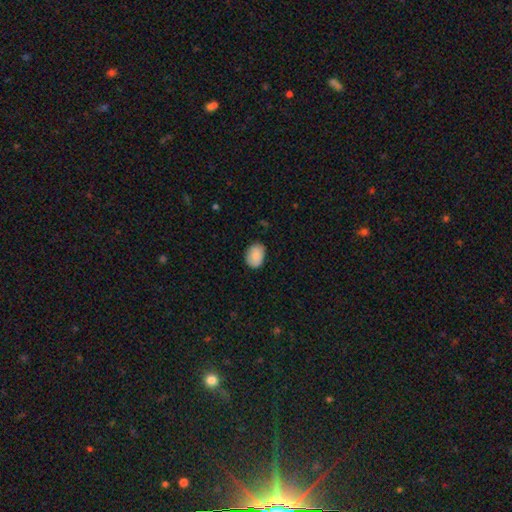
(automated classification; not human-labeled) This is clearly a smooth galaxy (88%). How rounded: likely in between (74%). Merging: clearly none (81%).